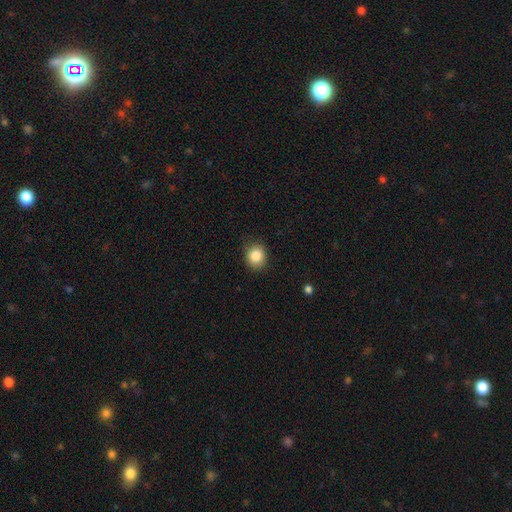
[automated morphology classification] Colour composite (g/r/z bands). It shows a smooth galaxy with no disk features (87%) that is round (76%). Merging: none (86%).